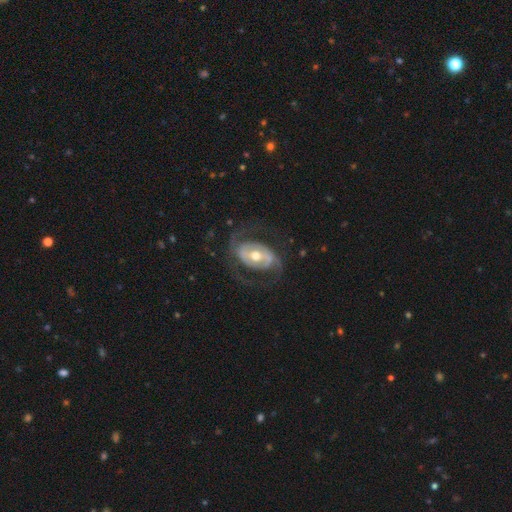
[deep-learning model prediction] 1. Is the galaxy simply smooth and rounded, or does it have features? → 85% featured or disk, 11% smooth, 4% star or artifact.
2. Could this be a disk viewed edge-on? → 96% no, 4% yes.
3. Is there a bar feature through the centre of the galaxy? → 37% weak, 33% strong, 31% no.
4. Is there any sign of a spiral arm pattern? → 88% yes, 12% no.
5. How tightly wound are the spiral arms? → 47% medium, 31% loose, 22% tight.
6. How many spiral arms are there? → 84% 2, 7% can't tell, 4% 3, 3% 1, 2% 4, 1% more than 4.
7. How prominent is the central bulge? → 73% moderate, 18% small, 7% large, 1% dominant, 1% none.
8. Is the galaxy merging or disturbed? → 67% none, 17% major disturbance, 14% minor disturbance, 1% merger.